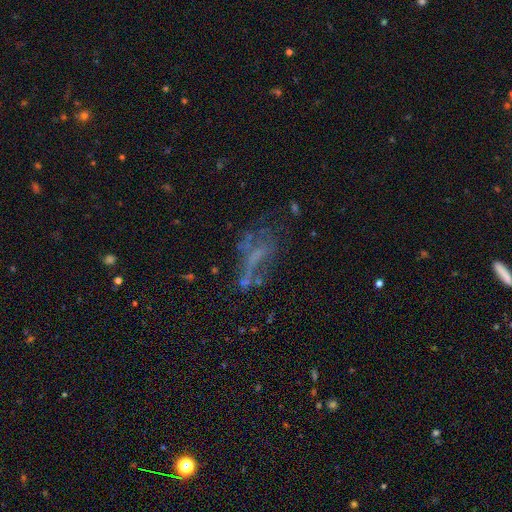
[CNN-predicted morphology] Q: Smooth or featured?
A: featured or disk (48%); runner-up: smooth (28%)
Q: Merging?
A: none (37%); runner-up: major disturbance (35%)